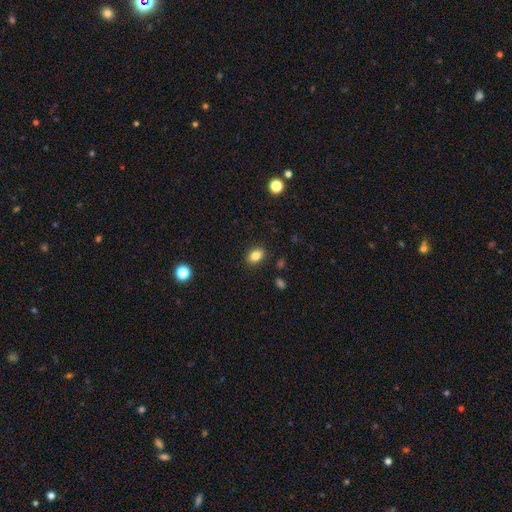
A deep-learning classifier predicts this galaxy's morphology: smooth 83%, star or artifact 10%, featured or disk 7%. Down the decision tree: how rounded — in between (73%); merging — none (88%).